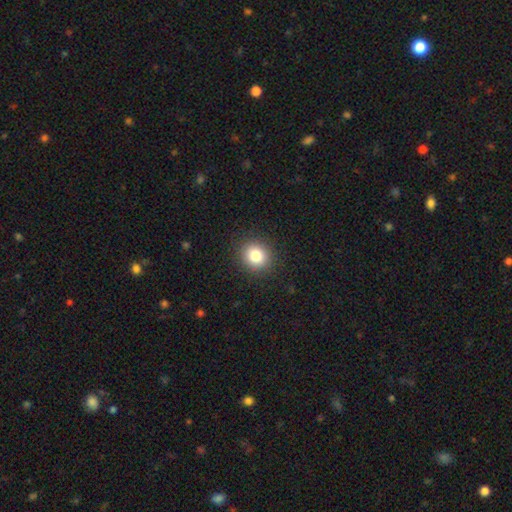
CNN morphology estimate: A smooth galaxy with no disk features (83%) that is round (81%).

Vote fractions:
- Smooth or featured? smooth: 83% / star or artifact: 11% / featured or disk: 6%
- How rounded? round: 81% / in between: 18% / cigar-shaped: 1%
- Merging? none: 91% / minor disturbance: 6% / major disturbance: 2% / merger: 1%